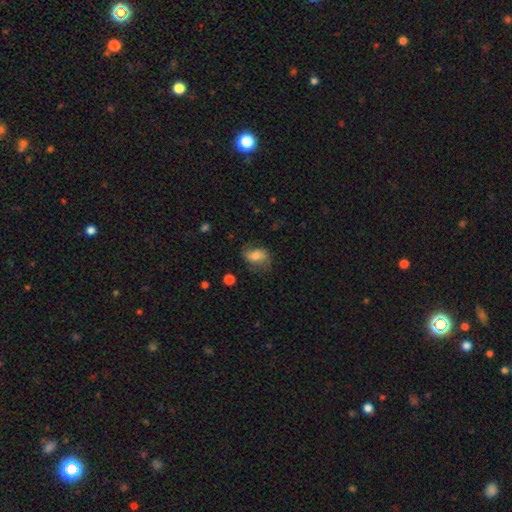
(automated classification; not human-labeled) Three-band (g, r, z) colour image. It shows a smooth galaxy with no disk features (70%) that is in between round and cigar-shaped (80%). Merging: none (60%).